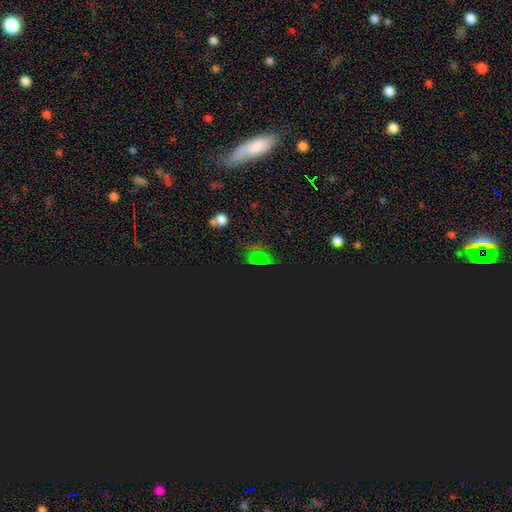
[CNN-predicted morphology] Q: Smooth or featured?
A: star or artifact (63%); runner-up: smooth (27%)